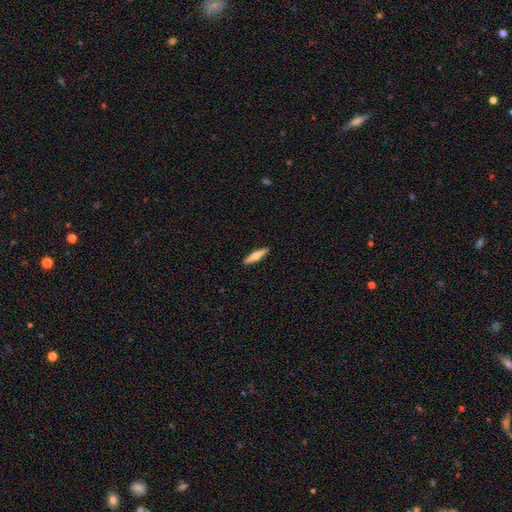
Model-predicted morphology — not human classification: Q: Smooth or featured?
A: featured or disk (50%); runner-up: smooth (44%)
Q: Edge-on disk?
A: yes (96%); runner-up: no (4%)
Q: Merging?
A: none (91%); runner-up: minor disturbance (6%)